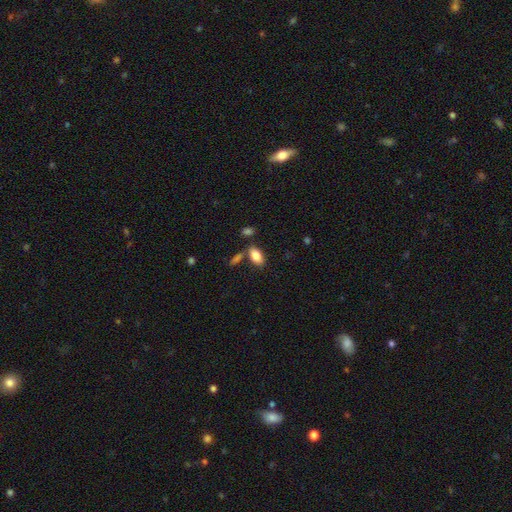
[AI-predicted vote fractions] A smooth galaxy with no disk features (84%) that is in between round and cigar-shaped (91%). Merging: none (71%).